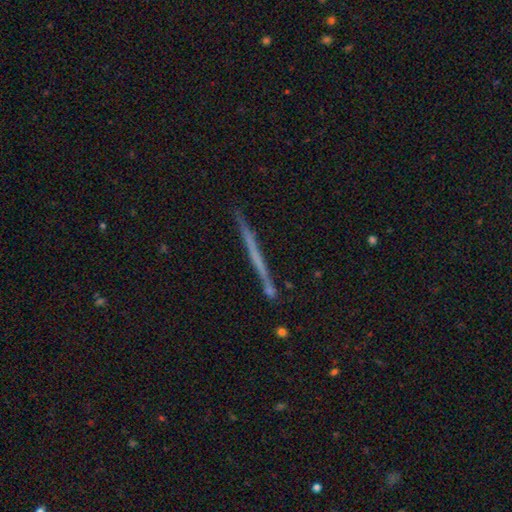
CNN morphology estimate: Q: Smooth or featured?
A: featured or disk (56%); runner-up: smooth (37%)
Q: Edge-on disk?
A: yes (97%); runner-up: no (3%)
Q: Edge-on bulge?
A: none (92%); runner-up: rounded (5%)
Q: Merging?
A: none (89%); runner-up: minor disturbance (8%)